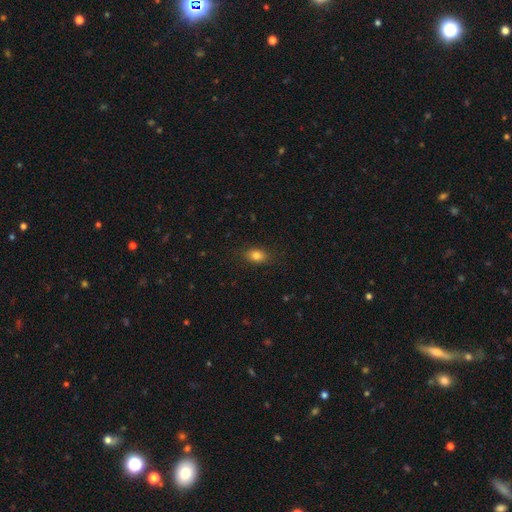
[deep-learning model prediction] smooth 82%, star or artifact 10%, featured or disk 8%. Down the decision tree: how rounded — in between (79%); merging — none (85%).